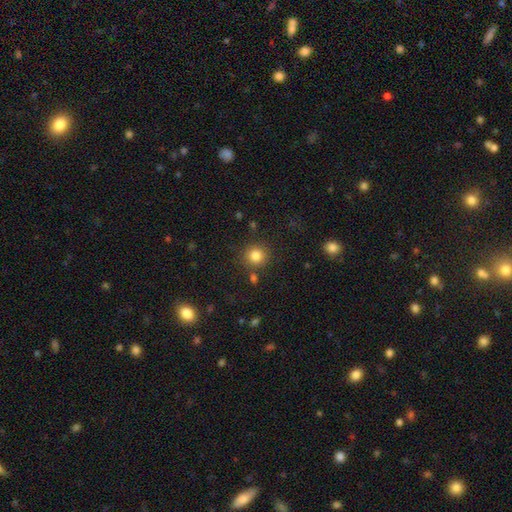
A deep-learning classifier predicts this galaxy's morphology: A smooth galaxy with no disk features (83%) that is round (90%). Merging: none (84%).